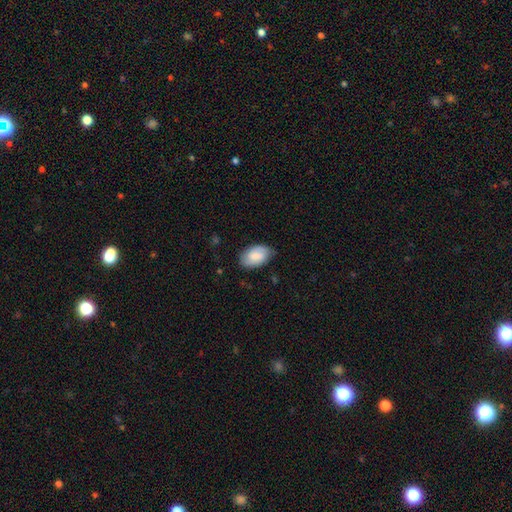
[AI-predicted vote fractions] Overall: smooth (69%). How rounded: in between (92%). Merging: none (77%).